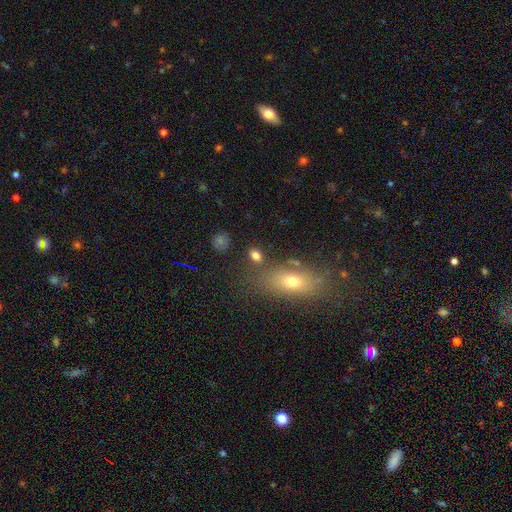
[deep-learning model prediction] A smooth galaxy with no disk features (79%) that is in between round and cigar-shaped (72%). Merging: none (74%).